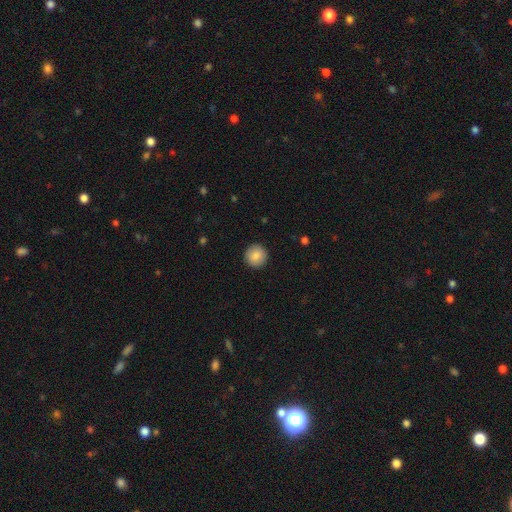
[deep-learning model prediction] This is clearly a smooth galaxy (86%). How rounded: clearly round (96%). Merging: clearly none (92%).